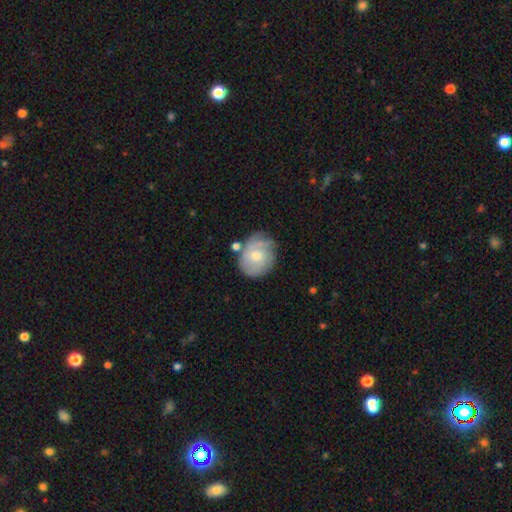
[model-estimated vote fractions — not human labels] This is possibly a smooth galaxy (52%). How rounded: likely round (65%). Merging: possibly none (58%).